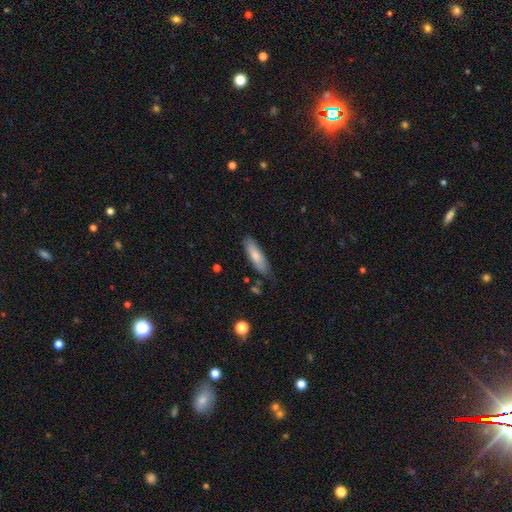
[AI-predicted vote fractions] A smooth galaxy with no disk features (79%) that is cigar-shaped (57%). Merging: none (78%).